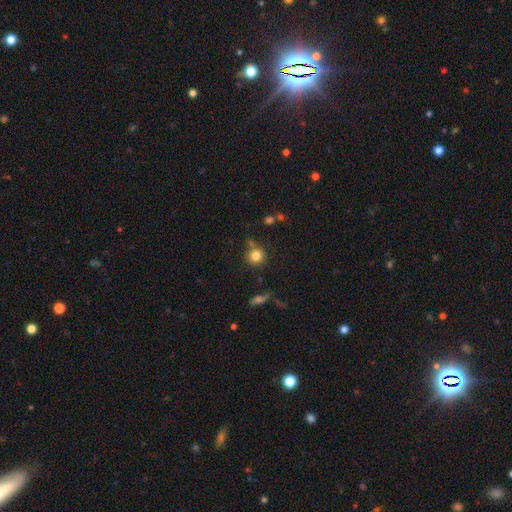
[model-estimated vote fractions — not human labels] Q: Smooth or featured?
A: smooth (81%); runner-up: star or artifact (11%)
Q: How rounded?
A: round (91%); runner-up: in between (8%)
Q: Merging?
A: none (73%); runner-up: minor disturbance (13%)